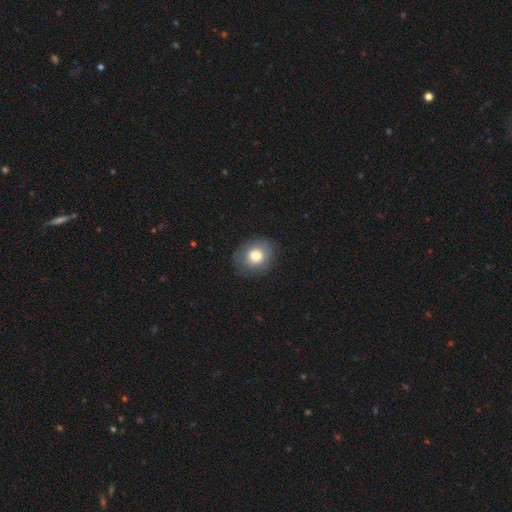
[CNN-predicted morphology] This appears to be a smooth galaxy with no disk features (77%) that is round (67%). Merging: none (79%).